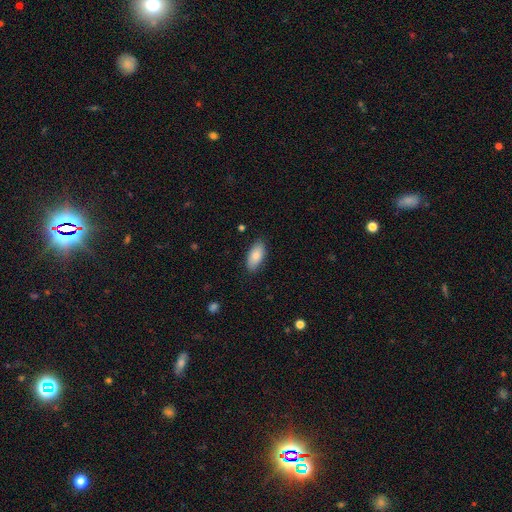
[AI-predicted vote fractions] Smooth or featured: smooth — 83% (featured or disk — 11%)
How rounded: in between — 90% (cigar-shaped — 7%)
Merging: none — 86% (minor disturbance — 11%)